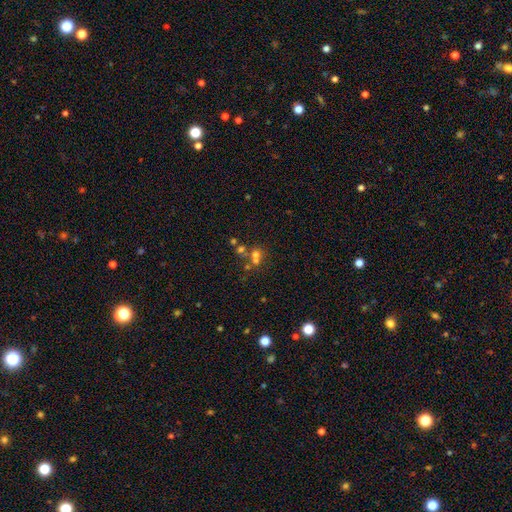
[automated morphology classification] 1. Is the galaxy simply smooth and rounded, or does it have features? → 53% smooth, 25% star or artifact, 22% featured or disk.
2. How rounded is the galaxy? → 77% round, 22% in between, 1% cigar-shaped.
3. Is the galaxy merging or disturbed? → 47% merger, 40% none, 7% minor disturbance, 5% major disturbance.